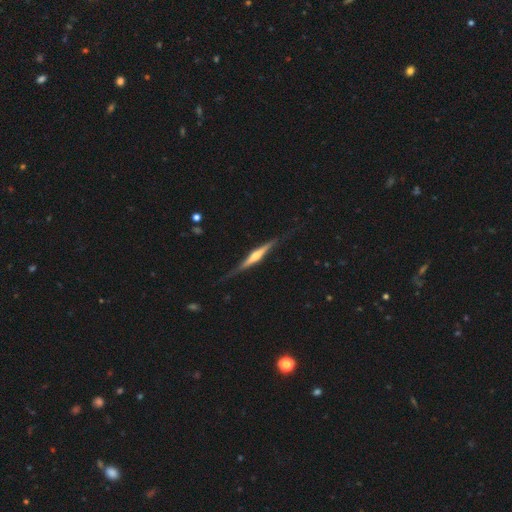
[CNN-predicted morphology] featured or disk 76%, smooth 20%, star or artifact 5%. Down the decision tree: edge-on disk — yes (97%); edge-on bulge — rounded (81%); merging — none (77%).